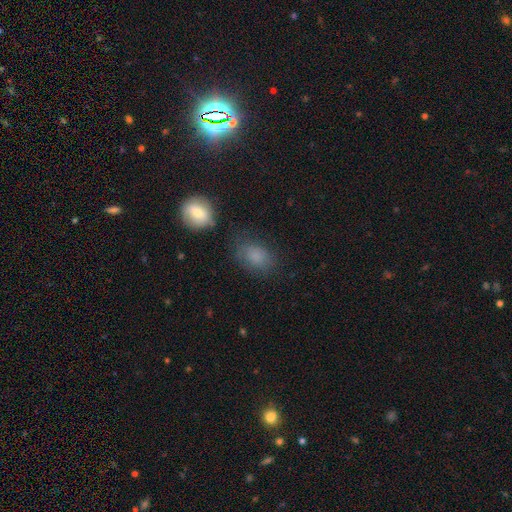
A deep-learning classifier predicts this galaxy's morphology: Overall: smooth (80%). How rounded: in between (76%). Merging: none (68%).